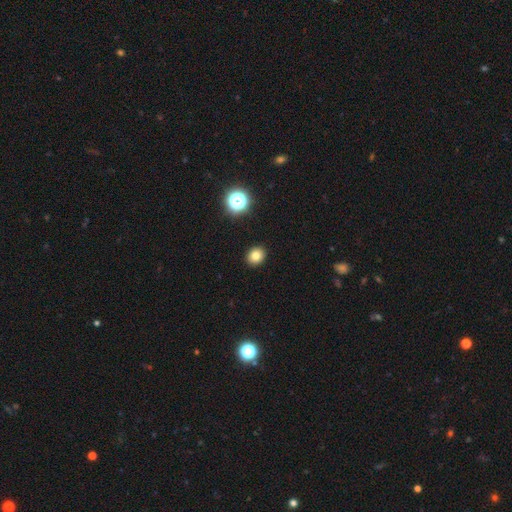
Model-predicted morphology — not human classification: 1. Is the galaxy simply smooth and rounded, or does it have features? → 81% smooth, 13% star or artifact, 6% featured or disk.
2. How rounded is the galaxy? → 72% round, 28% in between, 1% cigar-shaped.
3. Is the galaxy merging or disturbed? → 92% none, 5% minor disturbance, 2% major disturbance, 1% merger.